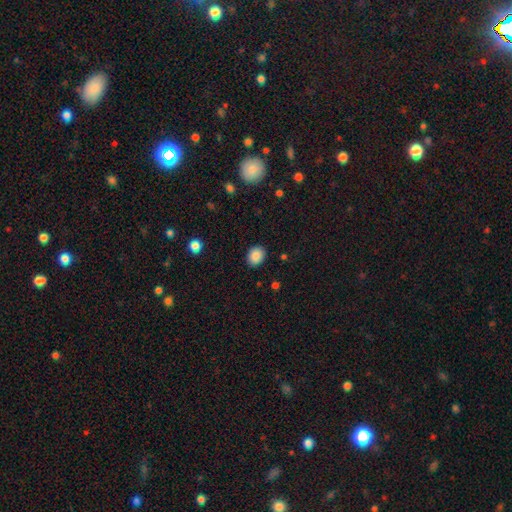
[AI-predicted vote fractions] This appears to be a smooth galaxy with no disk features (87%) that is round (52%). Merging: none (88%).